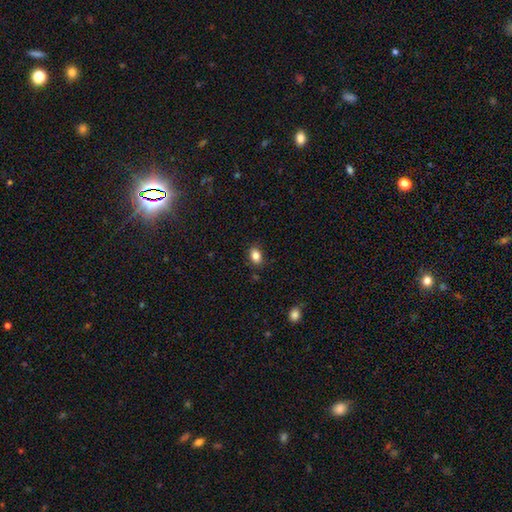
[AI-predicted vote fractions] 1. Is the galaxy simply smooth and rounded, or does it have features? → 84% smooth, 10% star or artifact, 6% featured or disk.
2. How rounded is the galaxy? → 79% in between, 20% round, 1% cigar-shaped.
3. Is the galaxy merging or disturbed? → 84% none, 12% minor disturbance, 2% major disturbance, 2% merger.